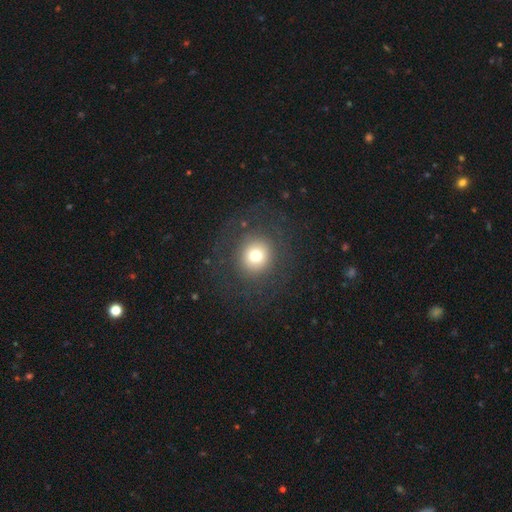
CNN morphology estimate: Overall: smooth (65%). How rounded: round (89%). Merging: none (79%).